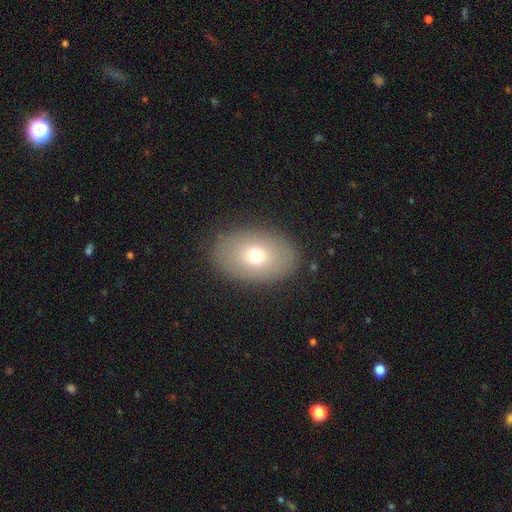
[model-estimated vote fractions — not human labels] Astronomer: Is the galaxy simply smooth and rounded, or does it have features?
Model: smooth — 70%.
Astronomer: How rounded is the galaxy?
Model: in between — 84%.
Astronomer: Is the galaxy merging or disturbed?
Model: none — 86%.